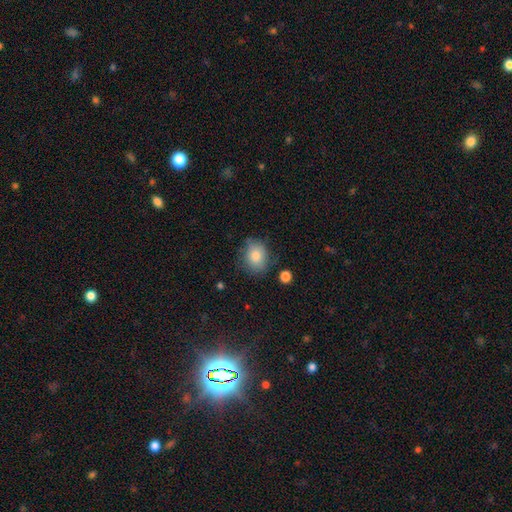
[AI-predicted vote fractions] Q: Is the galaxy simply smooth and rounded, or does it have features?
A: smooth — 81%.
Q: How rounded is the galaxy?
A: round — 57%.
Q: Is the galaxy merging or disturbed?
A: none — 76%.